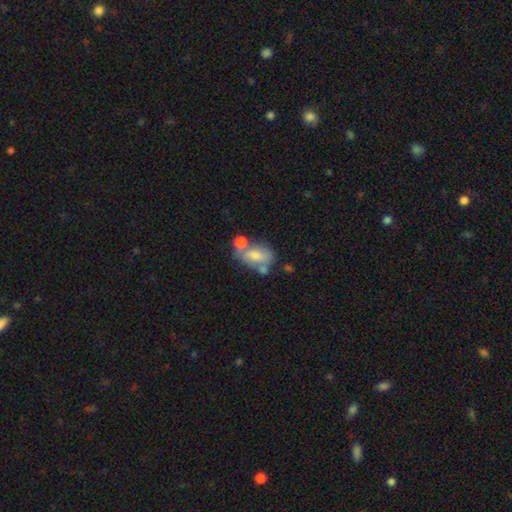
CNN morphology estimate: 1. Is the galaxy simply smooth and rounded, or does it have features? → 58% smooth, 34% featured or disk, 9% star or artifact.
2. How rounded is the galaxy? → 83% in between, 15% round, 3% cigar-shaped.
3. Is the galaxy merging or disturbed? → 39% merger, 32% none, 18% minor disturbance, 11% major disturbance.